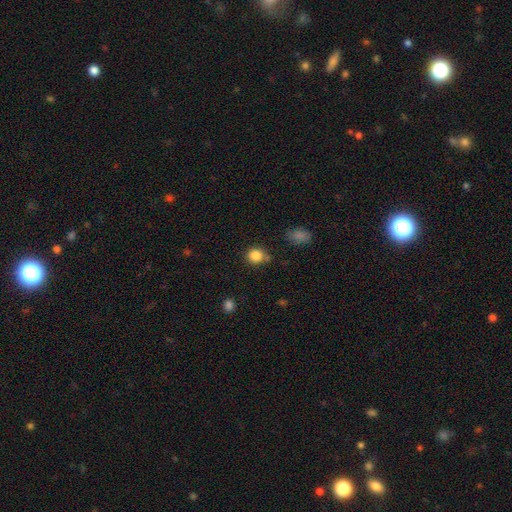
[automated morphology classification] A smooth galaxy with no disk features (85%) that is round (84%).

Vote fractions:
- Smooth or featured? smooth: 85% / star or artifact: 11% / featured or disk: 5%
- How rounded? round: 84% / in between: 15% / cigar-shaped: 1%
- Merging? none: 74% / minor disturbance: 15% / merger: 7% / major disturbance: 4%